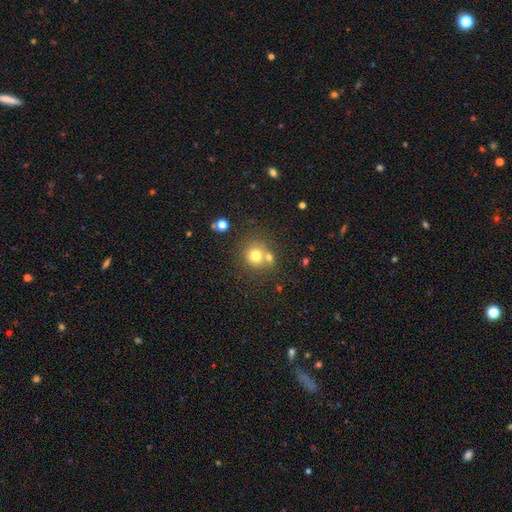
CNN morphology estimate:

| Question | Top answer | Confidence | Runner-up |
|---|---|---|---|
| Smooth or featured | smooth | 73% | star or artifact (15%) |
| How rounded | round | 89% | in between (10%) |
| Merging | none | 60% | merger (27%) |